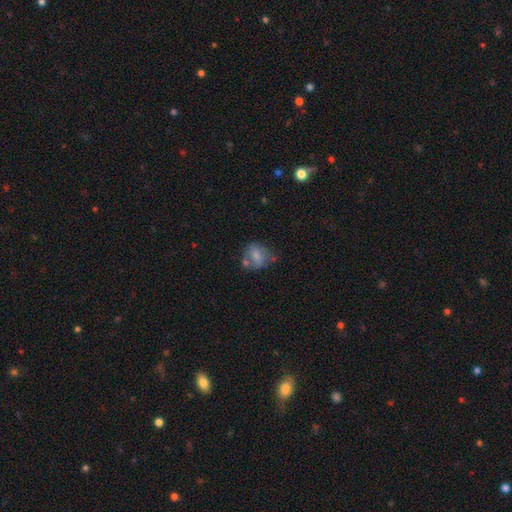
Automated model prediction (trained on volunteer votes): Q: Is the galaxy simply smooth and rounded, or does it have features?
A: smooth — 58%.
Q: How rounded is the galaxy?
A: round — 53%.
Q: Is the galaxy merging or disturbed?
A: none — 50%.